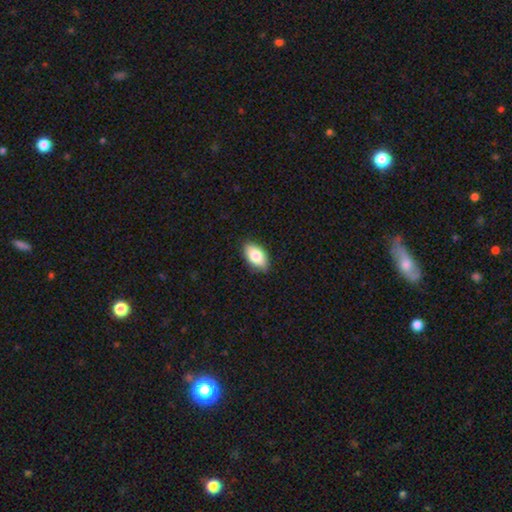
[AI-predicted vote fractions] The model was most divided on "smooth or featured": smooth: 81%, featured or disk: 12%, star or artifact: 7%. More confident: how rounded — in between (92%); merging — none (85%).